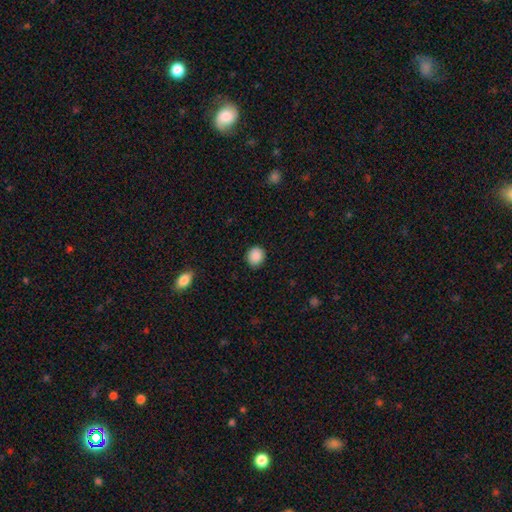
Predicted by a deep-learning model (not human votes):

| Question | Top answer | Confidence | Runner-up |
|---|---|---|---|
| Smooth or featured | smooth | 89% | star or artifact (8%) |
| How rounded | round | 81% | in between (18%) |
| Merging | none | 88% | minor disturbance (8%) |